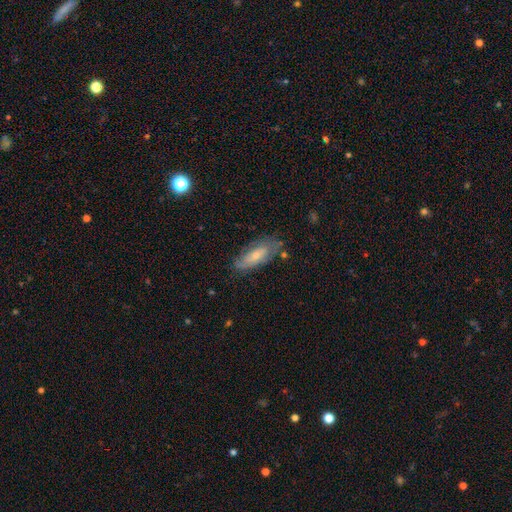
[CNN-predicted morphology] smooth-or-featured: smooth: 50% | featured or disk: 43% | star or artifact: 7%
  how-rounded: in between: 72% | cigar-shaped: 26% | round: 2%
  merging: none: 70% | minor disturbance: 22% | major disturbance: 6% | merger: 3%